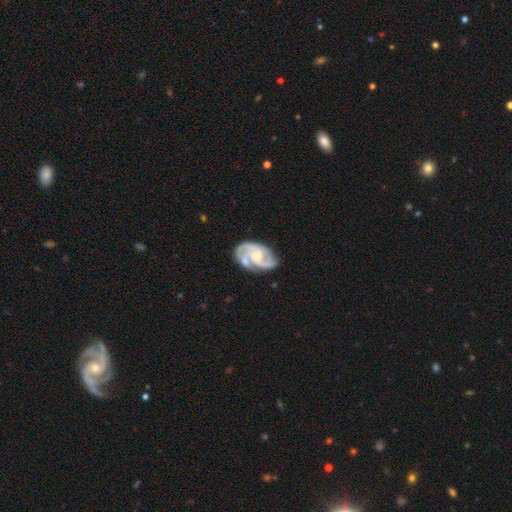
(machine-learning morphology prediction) A featured or disk galaxy (89%) with no bar (51%), 3 (42%) medium (49%) spiral arms (98%) and a small central bulge (39%, tied with moderate). Merging: none (67%).